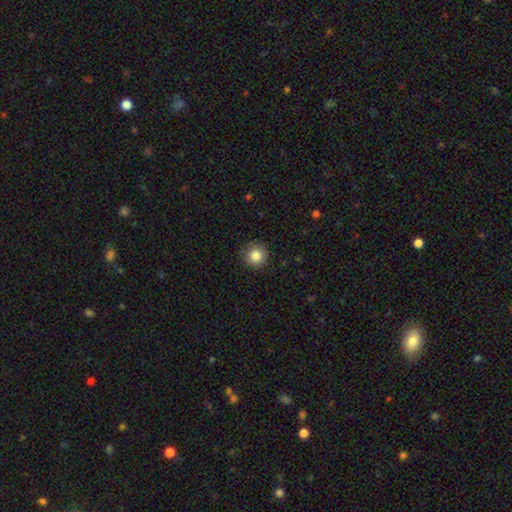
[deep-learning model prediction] Smooth or featured? Predicted: smooth (p=0.85). How rounded? Predicted: round (p=0.94). Merging? Predicted: none (p=0.85).